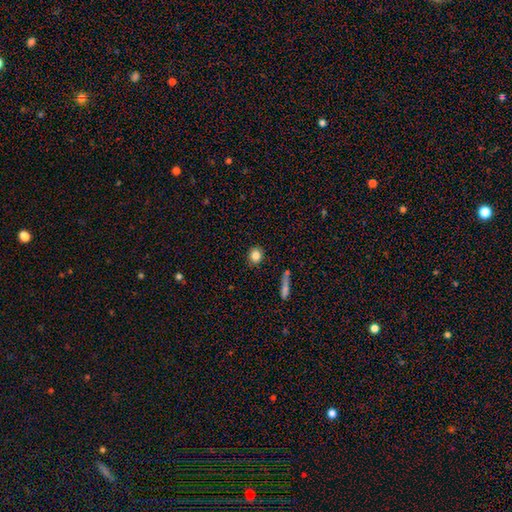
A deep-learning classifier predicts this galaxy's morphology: Smooth or featured? Predicted: smooth (p=0.83). How rounded? Predicted: round (p=0.77). Merging? Predicted: none (p=0.88).